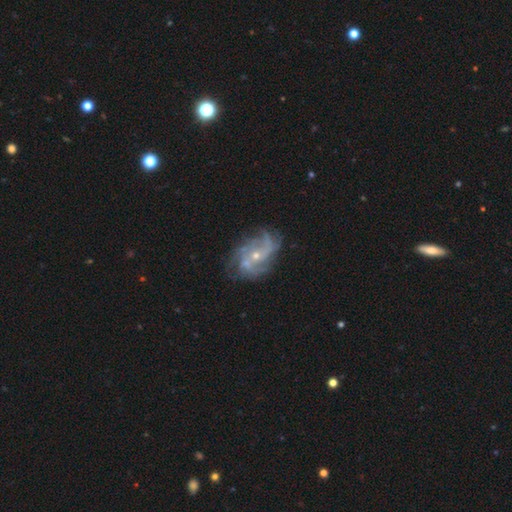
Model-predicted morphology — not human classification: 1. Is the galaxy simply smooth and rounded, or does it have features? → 83% featured or disk, 9% star or artifact, 8% smooth.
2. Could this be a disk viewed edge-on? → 97% no, 3% yes.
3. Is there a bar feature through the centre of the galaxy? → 69% no, 26% weak, 5% strong.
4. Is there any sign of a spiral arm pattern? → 92% yes, 8% no.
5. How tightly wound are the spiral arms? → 43% medium, 32% tight, 25% loose.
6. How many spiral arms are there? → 27% can't tell, 24% 3, 19% 4, 17% 2, 7% more than 4, 6% 1.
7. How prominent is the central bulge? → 68% small, 28% moderate, 2% none, 1% large, 1% dominant.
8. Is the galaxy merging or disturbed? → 62% none, 20% minor disturbance, 12% major disturbance, 6% merger.